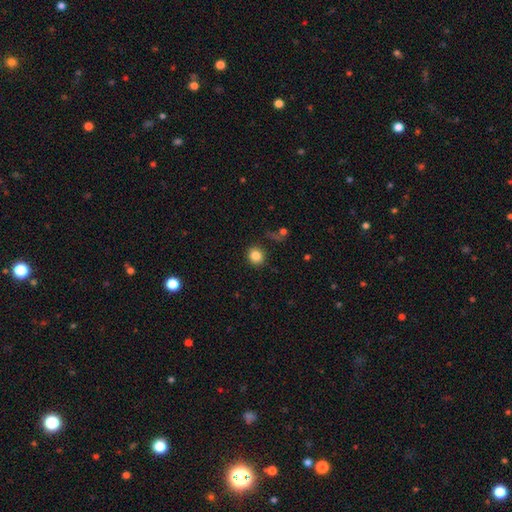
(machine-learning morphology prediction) smooth_or_featured: smooth (p=0.83) [alt: star or artifact p=0.11]
how_rounded: round (p=0.85) [alt: in between p=0.14]
merging: none (p=0.85) [alt: minor disturbance p=0.10]